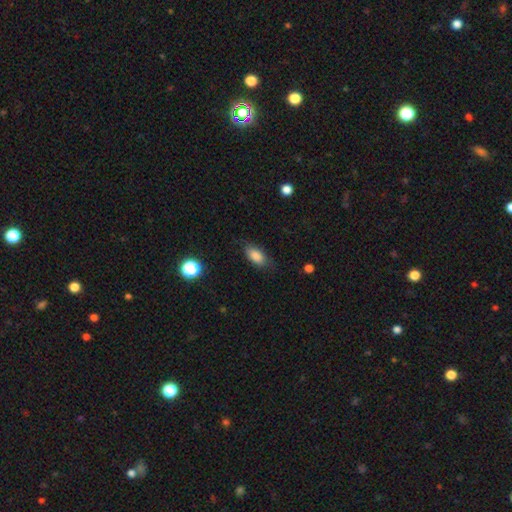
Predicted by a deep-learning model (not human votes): Overall: smooth (83%). How rounded: in between (86%). Merging: none (77%).